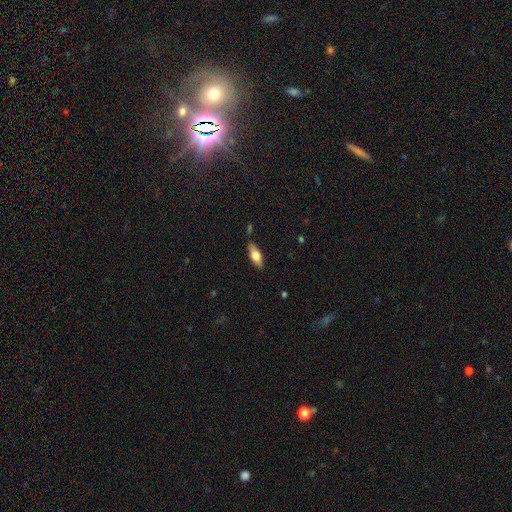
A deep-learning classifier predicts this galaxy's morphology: smooth 66%, featured or disk 28%, star or artifact 6%. Down the decision tree: how rounded — in between (71%); merging — none (83%).